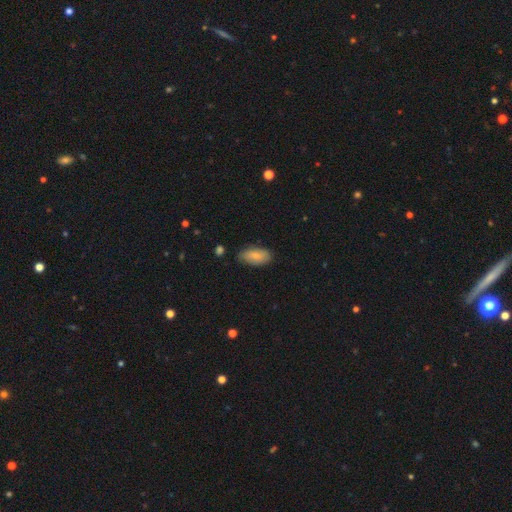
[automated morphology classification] Smooth or featured? Predicted: smooth (p=0.83). How rounded? Predicted: in between (p=0.92). Merging? Predicted: none (p=0.79).